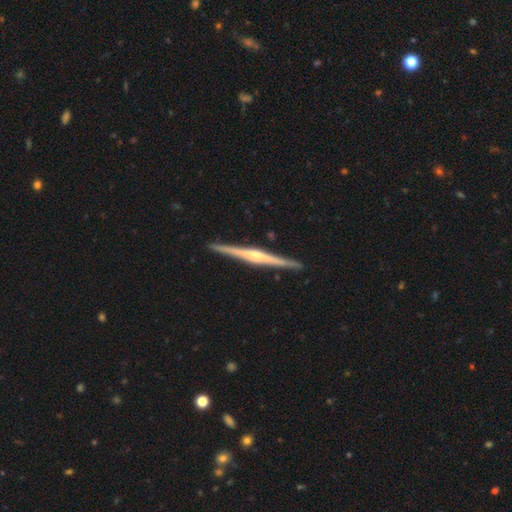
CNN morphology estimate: smooth-or-featured: featured or disk: 81% | smooth: 14% | star or artifact: 4%
  disk-edge-on: yes: 99% | no: 1%
    edge-on-bulge: rounded: 67% | boxy: 18% | none: 15%
  merging: none: 92% | minor disturbance: 6% | major disturbance: 1% | merger: 1%